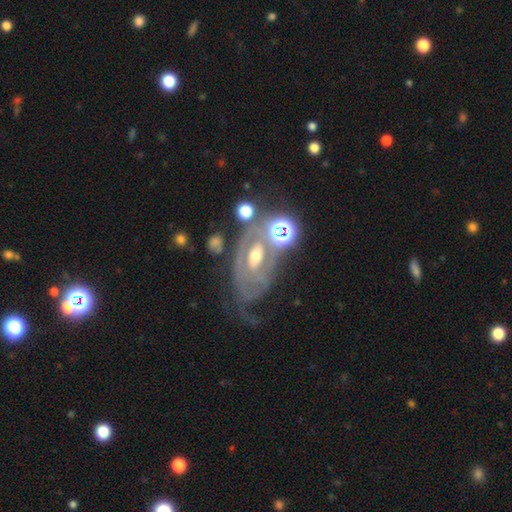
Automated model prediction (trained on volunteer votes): This is likely a featured or disk galaxy (78%). It is clearly not viewed edge-on (93%). Bar: possibly no (50%). Spiral arm pattern: likely yes (75%). Spiral arm count: marginally can't tell (43%). Spiral winding: likely tight (62%). Central bulge: possibly moderate (59%). Merging: marginally none (44%).